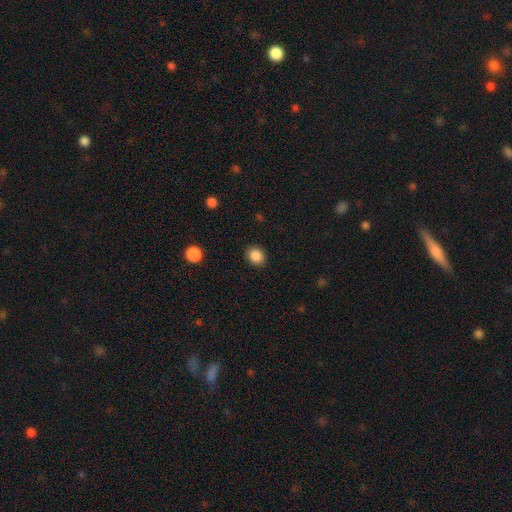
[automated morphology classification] Smooth or featured: smooth — 87% (star or artifact — 10%)
How rounded: round — 70% (in between — 29%)
Merging: none — 90% (minor disturbance — 7%)